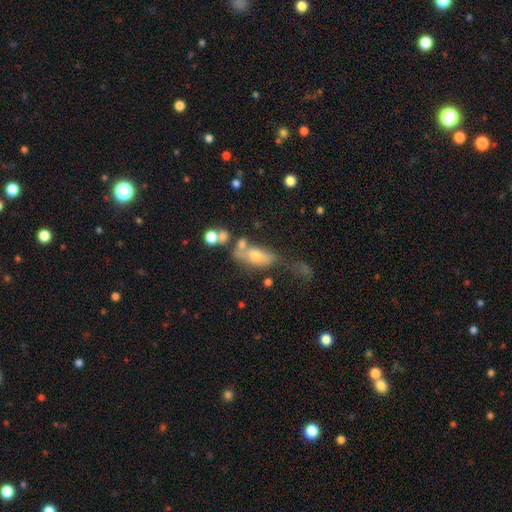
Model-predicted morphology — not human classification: Smooth or featured? smooth (57%)
How rounded? in between (77%)
Merging? none (30%)